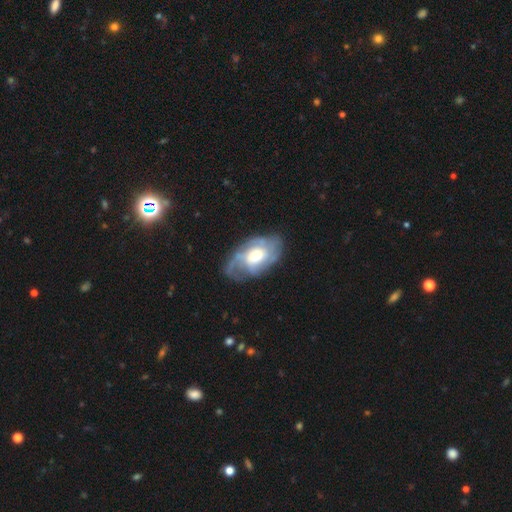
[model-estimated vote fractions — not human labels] smooth_or_featured: featured or disk (p=0.73) [alt: smooth p=0.21]
disk_edge_on: no (p=0.96) [alt: yes p=0.04]
bar: no (p=0.70) [alt: weak p=0.25]
has_spiral_arms: yes (p=0.86) [alt: no p=0.14]
spiral_winding: tight (p=0.42) [alt: medium p=0.39]
spiral_arm_count: can't tell (p=0.41) [alt: 2 p=0.20]
bulge_size: moderate (p=0.47) [alt: large p=0.38]
merging: none (p=0.58) [alt: minor disturbance p=0.24]